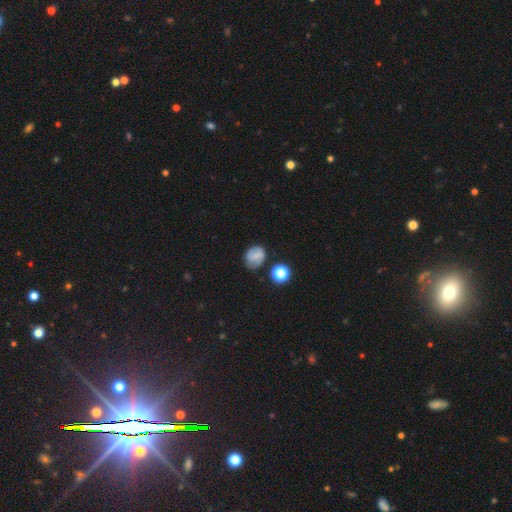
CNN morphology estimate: smooth 59%, featured or disk 29%, star or artifact 12%. Down the decision tree: how rounded — round (57%); merging — none (72%).